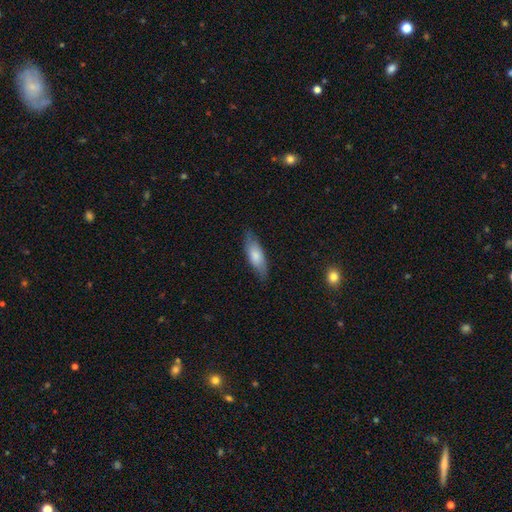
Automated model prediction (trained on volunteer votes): Overall: smooth (73%). How rounded: in between (63%; cigar-shaped 35%). Merging: none (79%).